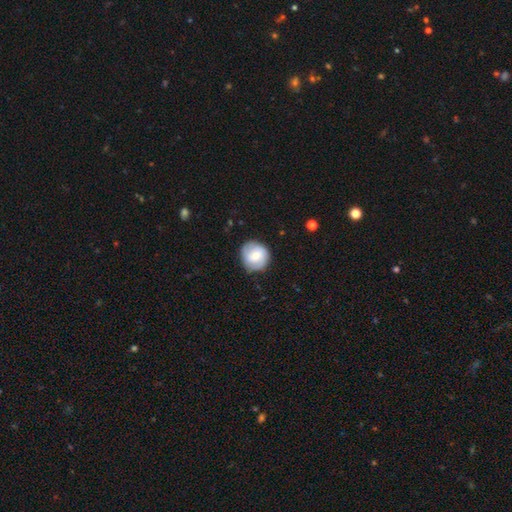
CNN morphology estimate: Smooth or featured?
  - smooth: 54% *
  - featured or disk: 39%
  - star or artifact: 7%
How rounded?
  - round: 90% *
  - in between: 9%
  - cigar-shaped: 1%
Merging?
  - none: 79% *
  - minor disturbance: 15%
  - major disturbance: 4%
  - merger: 1%